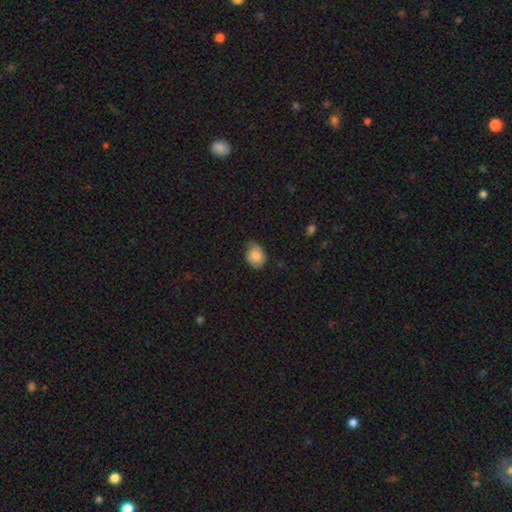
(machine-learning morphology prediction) smooth-or-featured: smooth: 81% | featured or disk: 11% | star or artifact: 7%
  how-rounded: in between: 64% | round: 35% | cigar-shaped: 1%
  merging: none: 62% | minor disturbance: 32% | major disturbance: 5% | merger: 1%